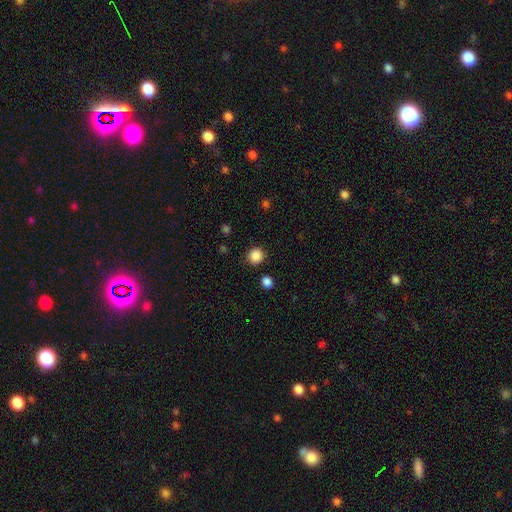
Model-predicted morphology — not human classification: Smooth or featured: smooth — 87% (star or artifact — 10%)
How rounded: round — 91% (in between — 8%)
Merging: none — 88% (minor disturbance — 7%)